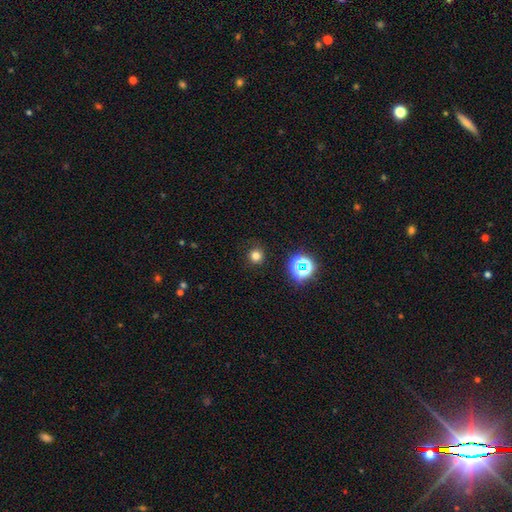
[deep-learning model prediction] Smooth or featured?
  - smooth: 75% *
  - star or artifact: 20%
  - featured or disk: 5%
How rounded?
  - round: 93% *
  - in between: 6%
  - cigar-shaped: 1%
Merging?
  - none: 88% *
  - minor disturbance: 8%
  - major disturbance: 3%
  - merger: 1%